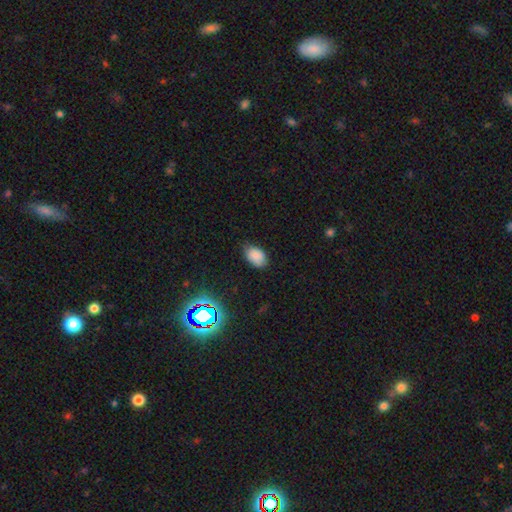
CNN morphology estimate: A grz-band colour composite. It shows a smooth galaxy with no disk features (83%) that is in between round and cigar-shaped (88%). Merging: none (73%).